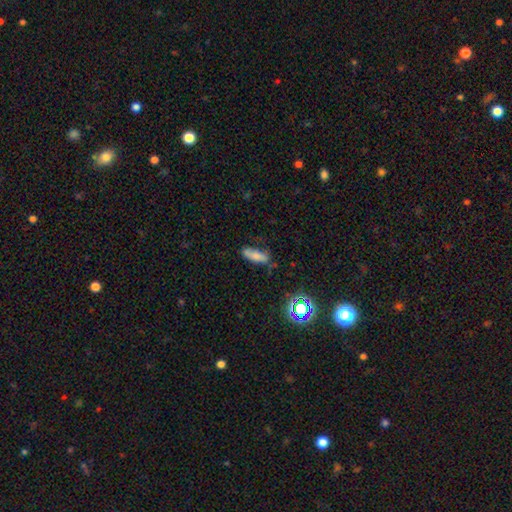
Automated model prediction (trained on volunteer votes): This is likely a smooth galaxy (71%). How rounded: possibly in between (58%). Merging: likely none (61%).